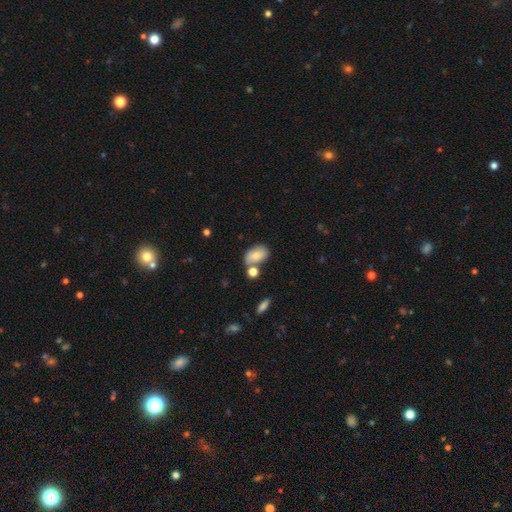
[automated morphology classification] smooth 77%, featured or disk 15%, star or artifact 8%. Down the decision tree: how rounded — in between (87%); merging — none (50%).